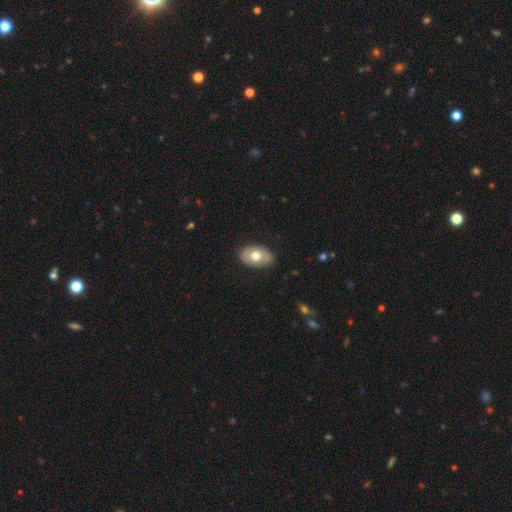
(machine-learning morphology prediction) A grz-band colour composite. It shows a smooth galaxy with no disk features (65%) that is in between round and cigar-shaped (88%). Merging: none (83%).